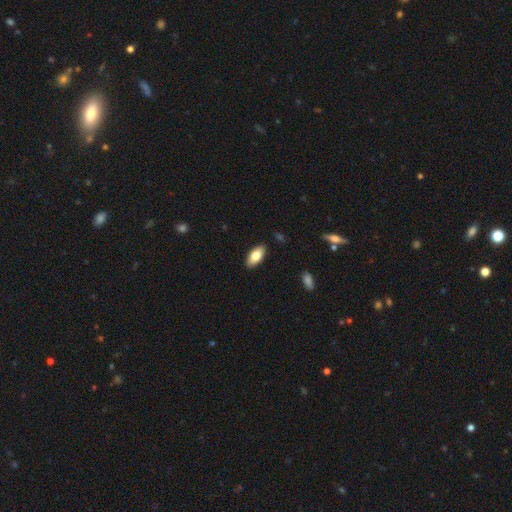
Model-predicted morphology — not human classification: This appears to be a smooth galaxy with no disk features (79%) that is in between round and cigar-shaped (89%). Merging: none (89%).